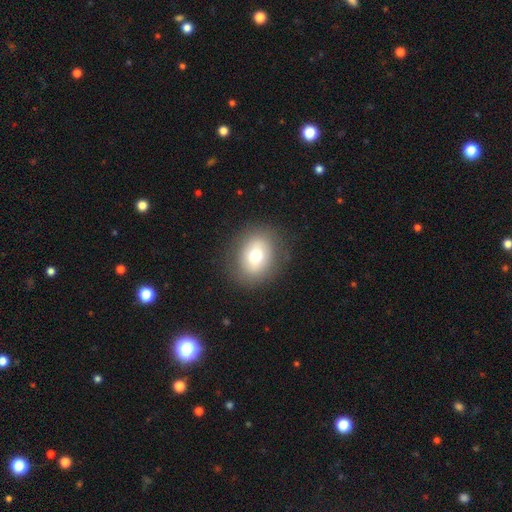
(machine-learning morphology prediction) A smooth galaxy with no disk features (69%) that is round (57%).

Vote fractions:
- Smooth or featured? smooth: 69% / featured or disk: 21% / star or artifact: 10%
- How rounded? round: 57% / in between: 42% / cigar-shaped: 1%
- Merging? none: 84% / minor disturbance: 10% / major disturbance: 5% / merger: 1%